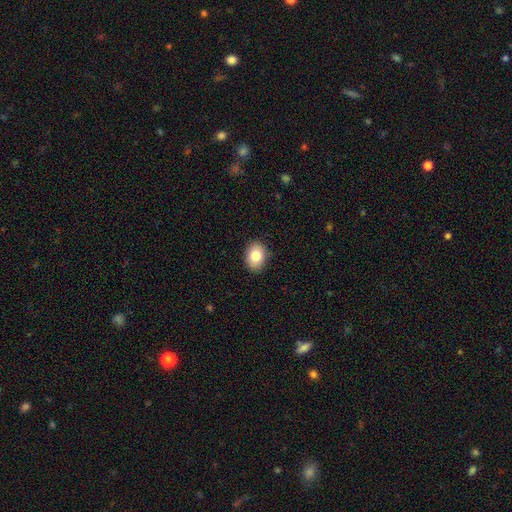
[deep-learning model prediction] smooth-or-featured: smooth: 81% | featured or disk: 11% | star or artifact: 8%
  how-rounded: in between: 68% | round: 31% | cigar-shaped: 1%
  merging: none: 89% | minor disturbance: 8% | major disturbance: 2% | merger: 1%